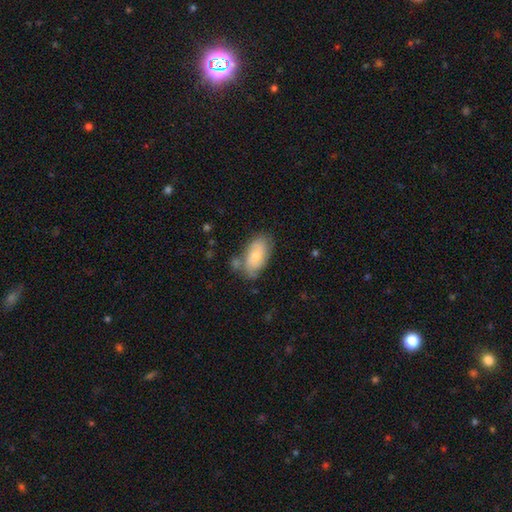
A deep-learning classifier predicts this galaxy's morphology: smooth-or-featured: smooth: 57% | featured or disk: 36% | star or artifact: 7%
  how-rounded: in between: 92% | round: 4% | cigar-shaped: 4%
  merging: none: 62% | minor disturbance: 23% | merger: 8% | major disturbance: 7%